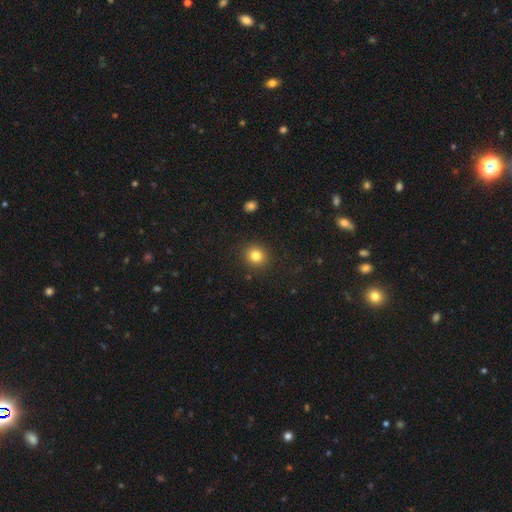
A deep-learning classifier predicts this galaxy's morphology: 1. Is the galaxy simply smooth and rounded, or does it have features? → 82% smooth, 12% star or artifact, 7% featured or disk.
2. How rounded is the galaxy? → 88% round, 11% in between, 1% cigar-shaped.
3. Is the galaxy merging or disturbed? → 91% none, 6% minor disturbance, 2% major disturbance, 1% merger.